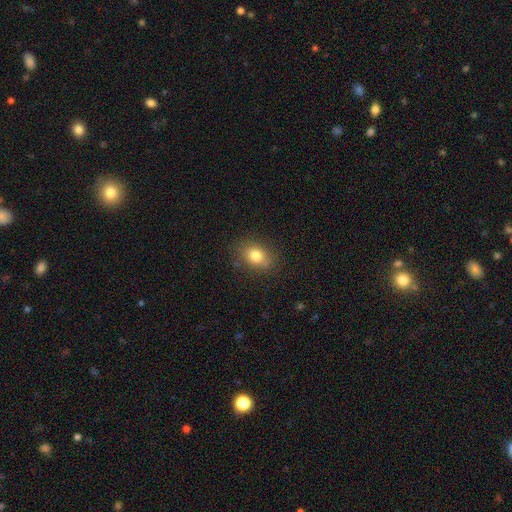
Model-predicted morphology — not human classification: A smooth galaxy with no disk features (80%) that is in between round and cigar-shaped (66%). Merging: none (83%).